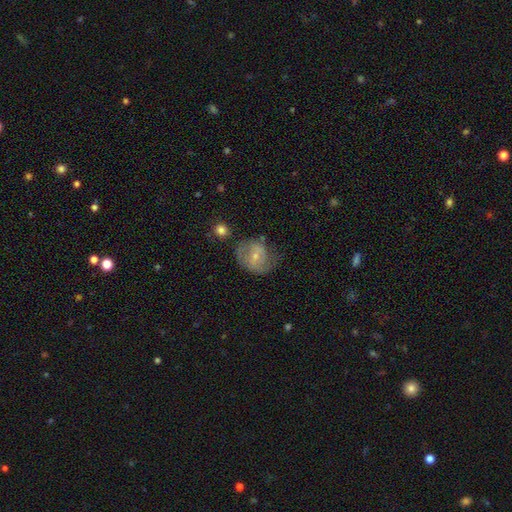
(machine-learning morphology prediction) Smooth or featured: featured or disk — 58% (smooth — 35%)
Edge-on disk: no — 97% (yes — 3%)
Bar: weak — 46% (no — 40%)
Spiral arms: yes — 75% (no — 25%)
Bulge size: small — 61% (moderate — 34%)
Merging: none — 50% (minor disturbance — 28%)